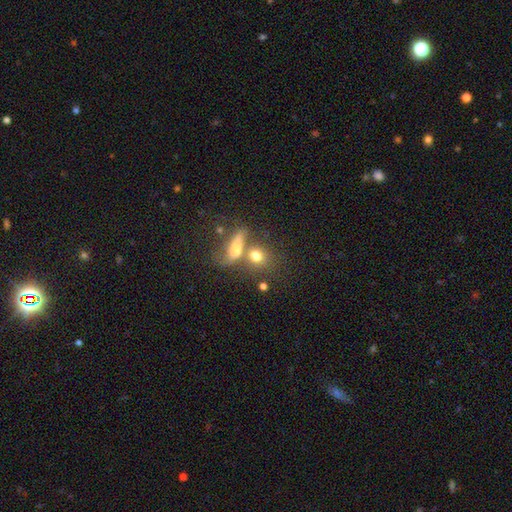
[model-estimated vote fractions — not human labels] A smooth galaxy with no disk features (72%) that is round (62%).

Vote fractions:
- Smooth or featured? smooth: 72% / featured or disk: 16% / star or artifact: 12%
- How rounded? round: 62% / in between: 31% / cigar-shaped: 7%
- Merging? merger: 42% / none: 41% / minor disturbance: 10% / major disturbance: 8%